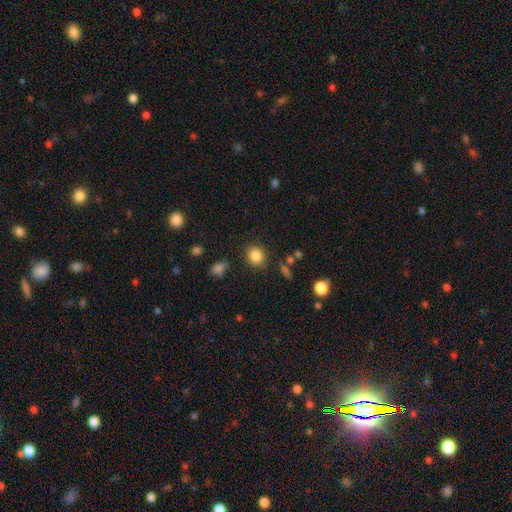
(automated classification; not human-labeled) Smooth or featured? smooth (85%)
How rounded? round (78%)
Merging? none (85%)